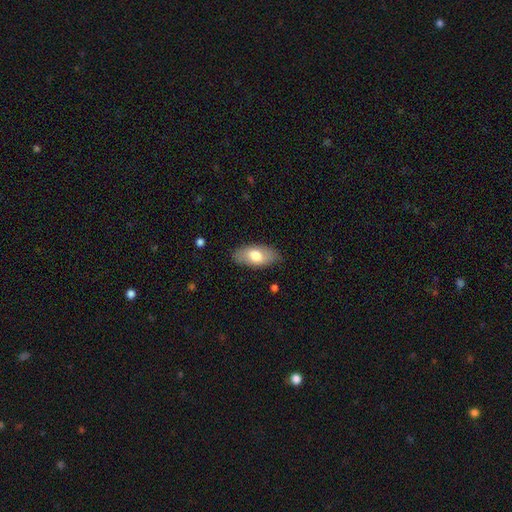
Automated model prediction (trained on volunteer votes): smooth 71%, featured or disk 23%, star or artifact 6%. Down the decision tree: how rounded — in between (92%); merging — none (82%).